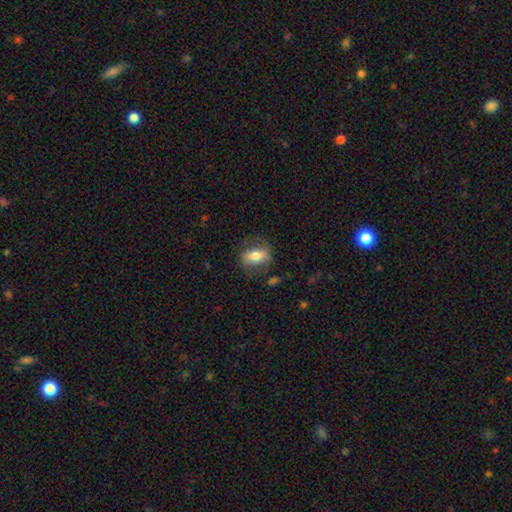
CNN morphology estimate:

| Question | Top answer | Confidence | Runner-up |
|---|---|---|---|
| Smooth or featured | smooth | 66% | featured or disk (27%) |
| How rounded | in between | 79% | round (16%) |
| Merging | none | 72% | minor disturbance (18%) |